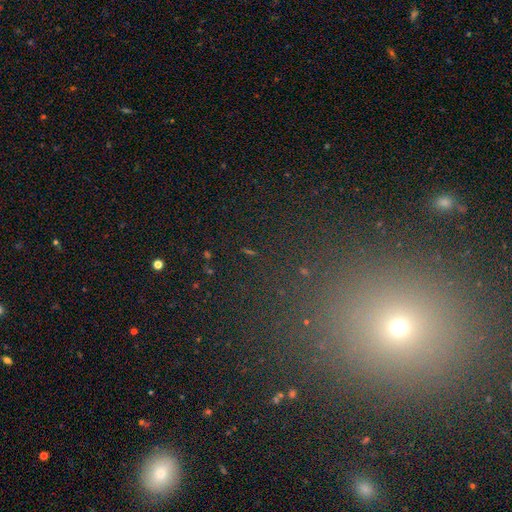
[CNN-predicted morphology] type=star or artifact (50%).